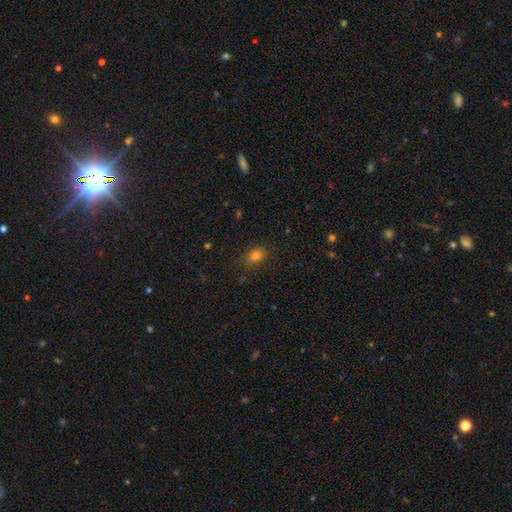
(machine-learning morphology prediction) Smooth or featured? smooth (77%)
How rounded? in between (56%)
Merging? none (82%)